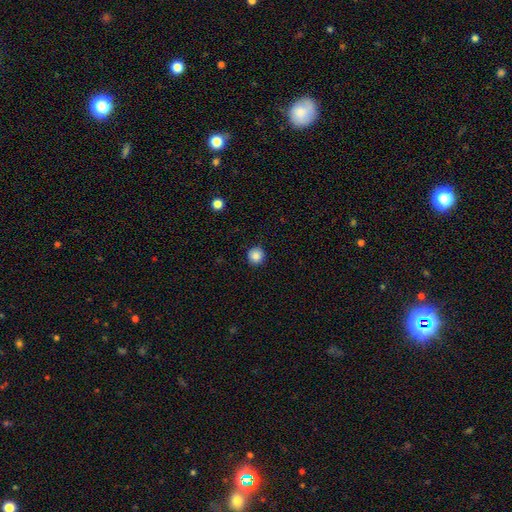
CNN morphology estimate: smooth-or-featured: smooth: 87% | star or artifact: 10% | featured or disk: 3%
  how-rounded: round: 94% | in between: 5% | cigar-shaped: 1%
  merging: none: 91% | minor disturbance: 6% | major disturbance: 2% | merger: 1%